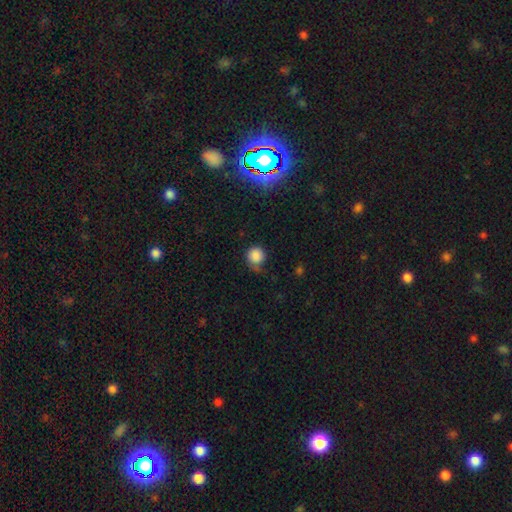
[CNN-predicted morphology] Smooth or featured: smooth — 84% (star or artifact — 9%)
How rounded: round — 90% (in between — 9%)
Merging: none — 48% (minor disturbance — 31%)